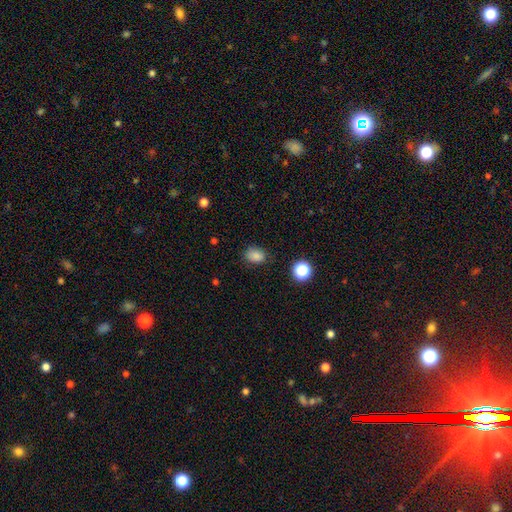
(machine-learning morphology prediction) This appears to be a smooth galaxy with no disk features (83%) that is in between round and cigar-shaped (64%). Merging: none (79%).